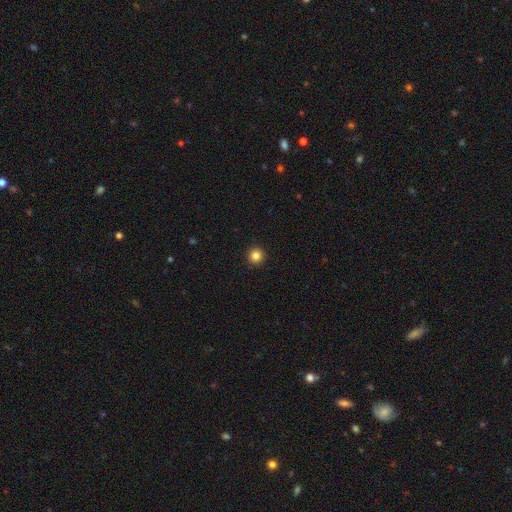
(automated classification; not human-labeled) Overall: smooth (85%). How rounded: round (96%). Merging: none (94%).